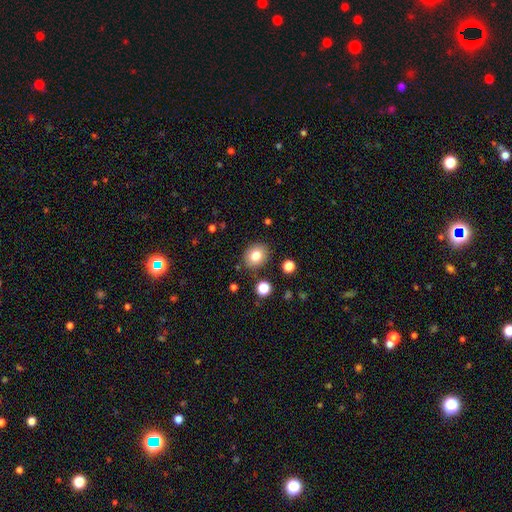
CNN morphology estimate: type=smooth (80%); roundness=round (62%); merging=none (85%).